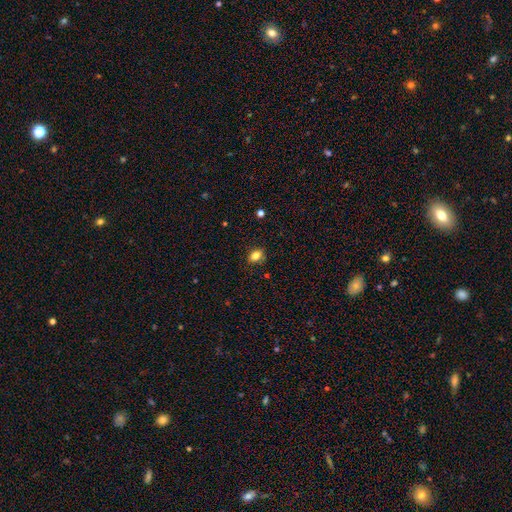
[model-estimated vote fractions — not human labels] smooth 81%, star or artifact 11%, featured or disk 8%. Down the decision tree: how rounded — in between (72%); merging — none (83%).